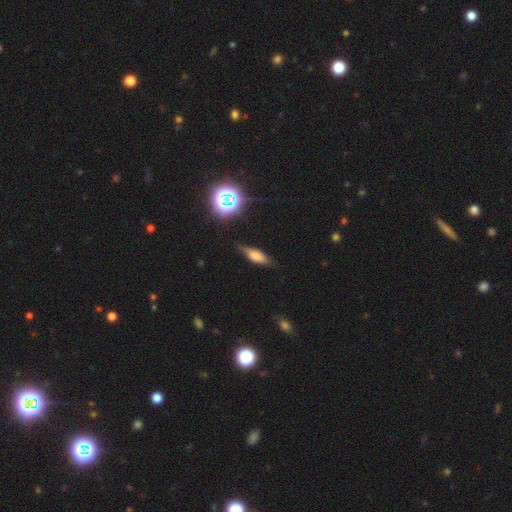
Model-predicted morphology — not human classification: This is possibly a smooth galaxy (58%). How rounded: possibly in between (54%). Merging: likely none (72%).